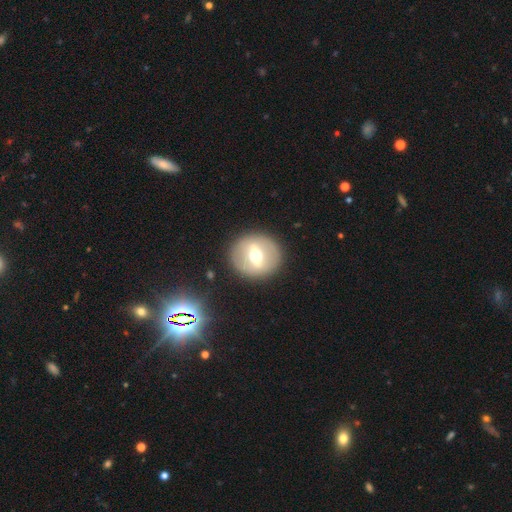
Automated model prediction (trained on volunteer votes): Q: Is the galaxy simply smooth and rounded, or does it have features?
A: featured or disk — 58%.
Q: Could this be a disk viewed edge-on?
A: no — 79%.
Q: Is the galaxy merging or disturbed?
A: none — 87%.